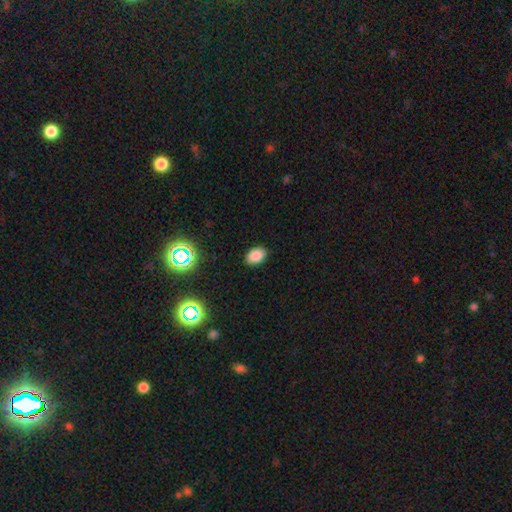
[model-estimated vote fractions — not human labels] A smooth galaxy with no disk features (83%) that is in between round and cigar-shaped (84%).

Vote fractions:
- Smooth or featured? smooth: 83% / star or artifact: 12% / featured or disk: 4%
- How rounded? in between: 84% / round: 15% / cigar-shaped: 1%
- Merging? none: 89% / minor disturbance: 8% / major disturbance: 2% / merger: 1%